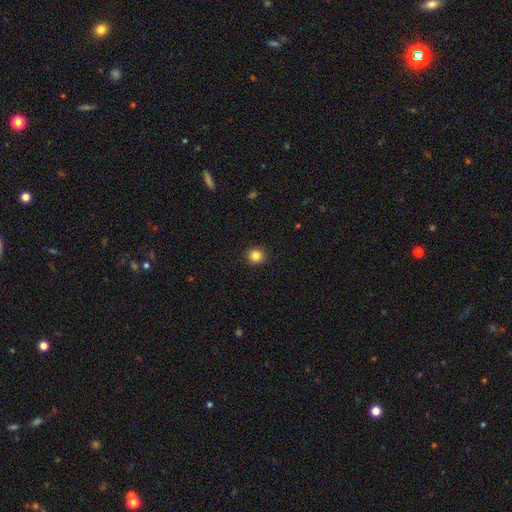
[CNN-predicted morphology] A smooth galaxy with no disk features (85%) that is round (93%). Merging: none (93%).